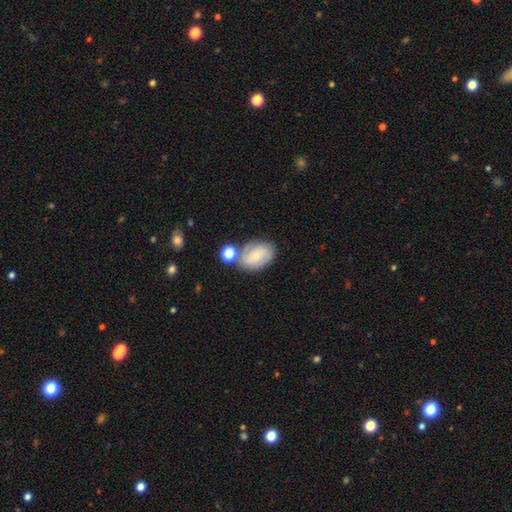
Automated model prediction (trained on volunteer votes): Overall: smooth (52%; featured or disk 39%). How rounded: in between (83%). Merging: none (59%).